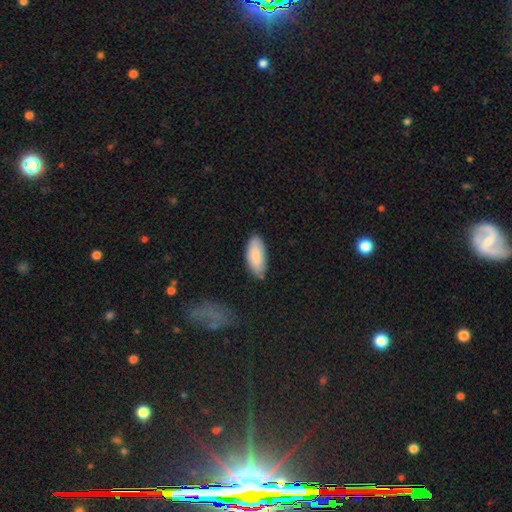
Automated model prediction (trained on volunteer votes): Smooth or featured? smooth (83%)
How rounded? in between (84%)
Merging? none (80%)